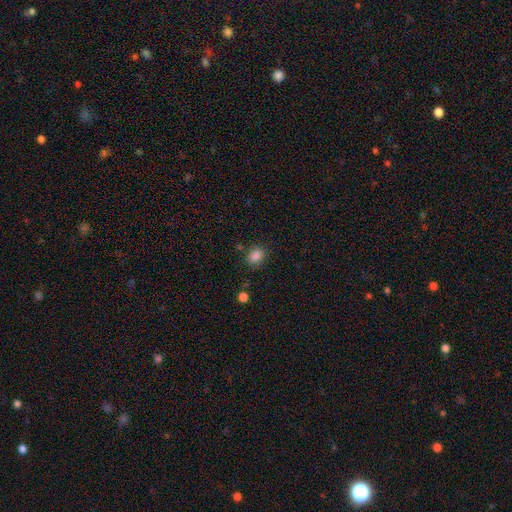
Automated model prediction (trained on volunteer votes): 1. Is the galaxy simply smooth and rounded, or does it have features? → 85% smooth, 11% star or artifact, 4% featured or disk.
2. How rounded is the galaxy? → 51% round, 48% in between, 1% cigar-shaped.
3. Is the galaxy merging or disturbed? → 80% none, 12% minor disturbance, 4% major disturbance, 3% merger.